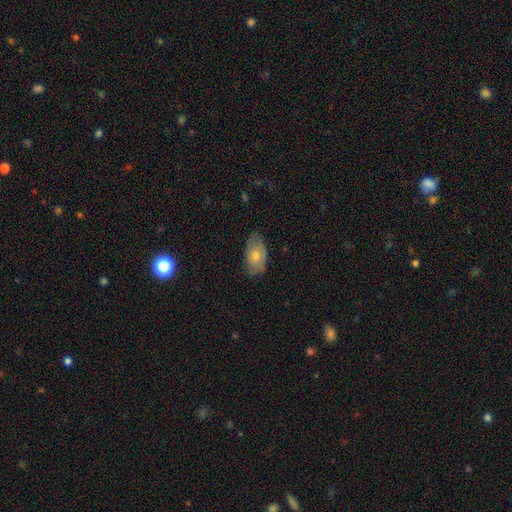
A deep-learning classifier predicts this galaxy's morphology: type=smooth (57%); roundness=in between (89%); merging=none (74%).